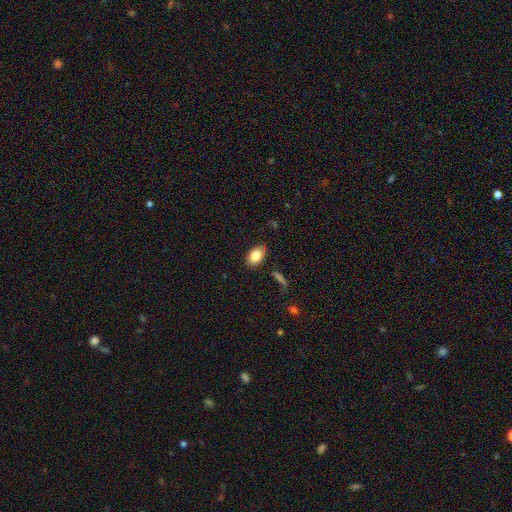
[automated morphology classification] This appears to be a smooth galaxy with no disk features (81%) that is in between round and cigar-shaped (83%). Merging: none (75%).